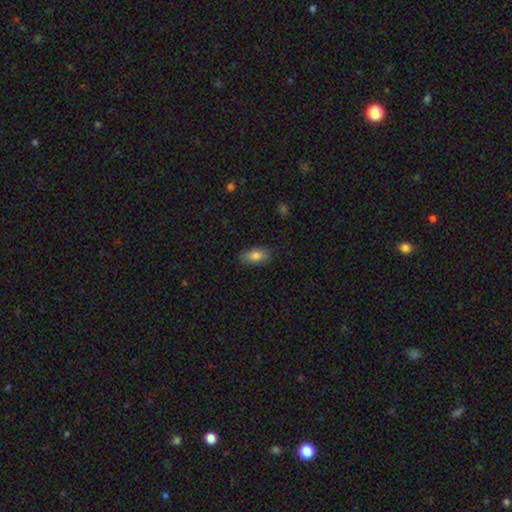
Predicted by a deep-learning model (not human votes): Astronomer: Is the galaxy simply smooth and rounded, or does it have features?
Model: smooth — 82%.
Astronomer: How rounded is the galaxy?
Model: in between — 90%.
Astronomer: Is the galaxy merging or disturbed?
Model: none — 80%.